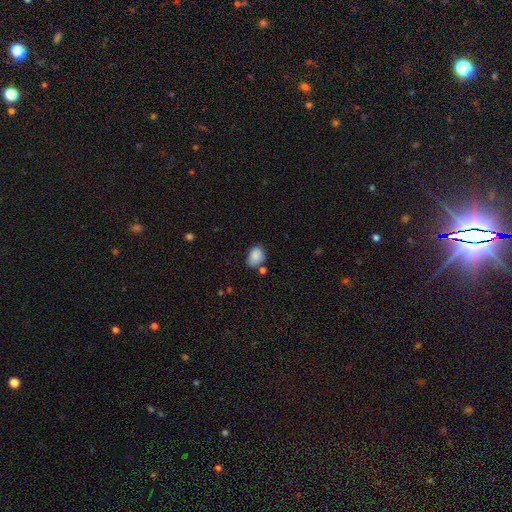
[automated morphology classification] type=smooth (85%); roundness=in between (76%); merging=none (60%).